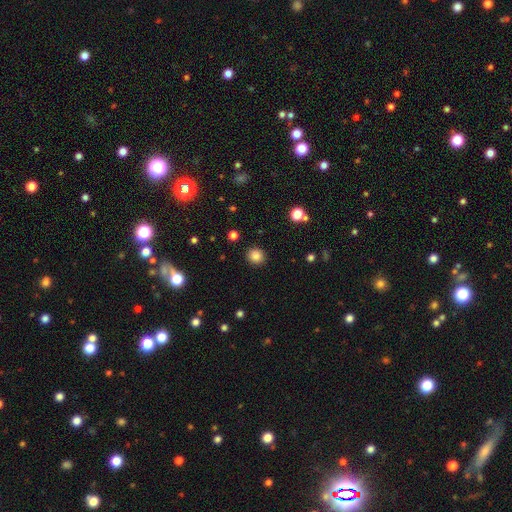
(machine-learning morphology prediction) Smooth or featured? smooth (84%)
How rounded? round (86%)
Merging? none (91%)